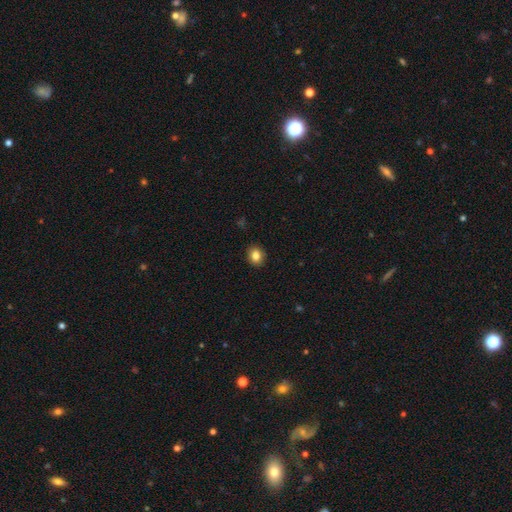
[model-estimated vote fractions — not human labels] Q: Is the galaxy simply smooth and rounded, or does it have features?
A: smooth — 84%.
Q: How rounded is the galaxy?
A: round — 66%.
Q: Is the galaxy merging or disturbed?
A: none — 91%.